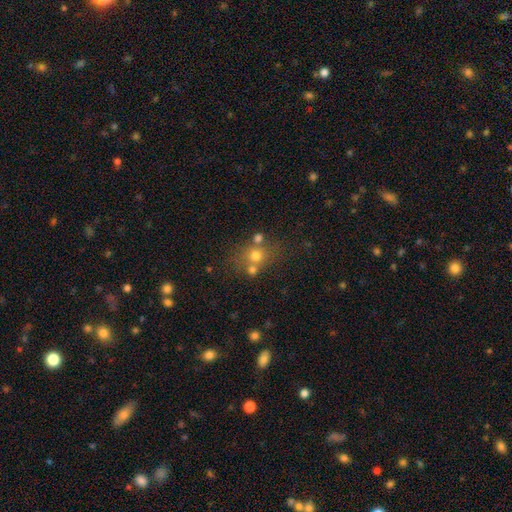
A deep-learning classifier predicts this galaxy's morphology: Smooth or featured: smooth — 65% (star or artifact — 18%)
How rounded: round — 75% (in between — 23%)
Merging: none — 55% (merger — 29%)